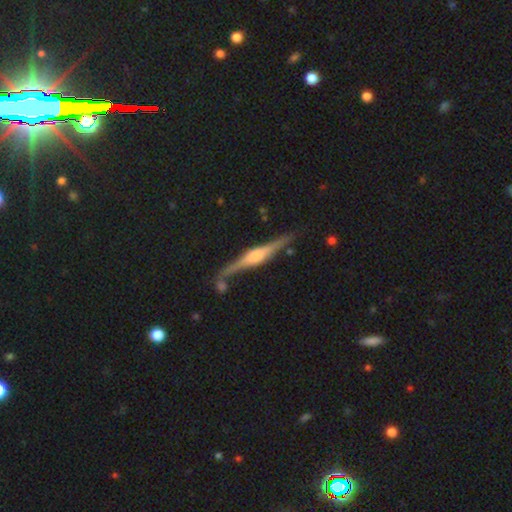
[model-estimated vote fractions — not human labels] Overall: featured or disk (81%). Edge-on disk: yes (97%). Edge-on bulge: rounded (76%). Merging: none (81%).